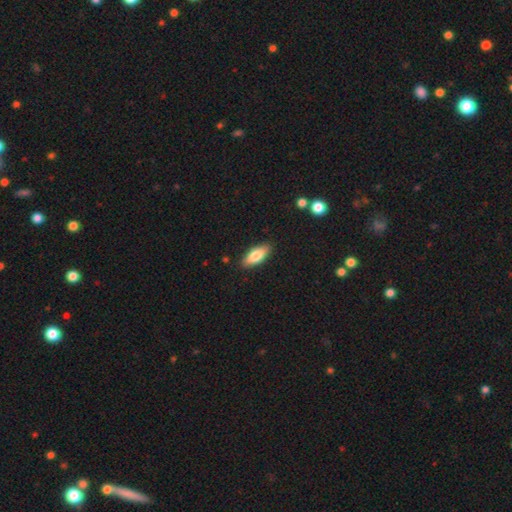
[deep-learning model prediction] Overall: smooth (78%). How rounded: in between (79%). Merging: none (88%).